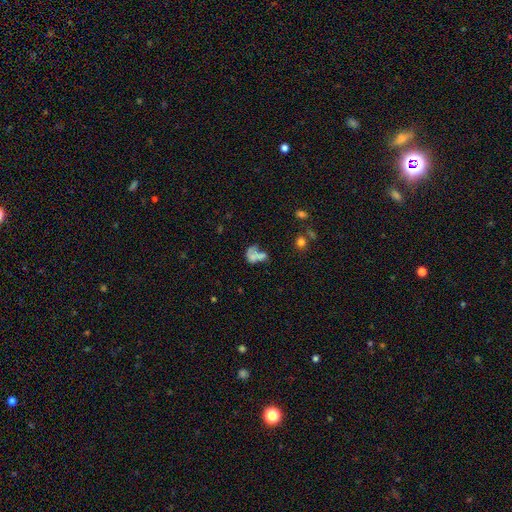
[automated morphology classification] Q: Smooth or featured?
A: smooth (54%); runner-up: featured or disk (31%)
Q: How rounded?
A: in between (73%); runner-up: round (22%)
Q: Merging?
A: merger (51%); runner-up: major disturbance (19%)